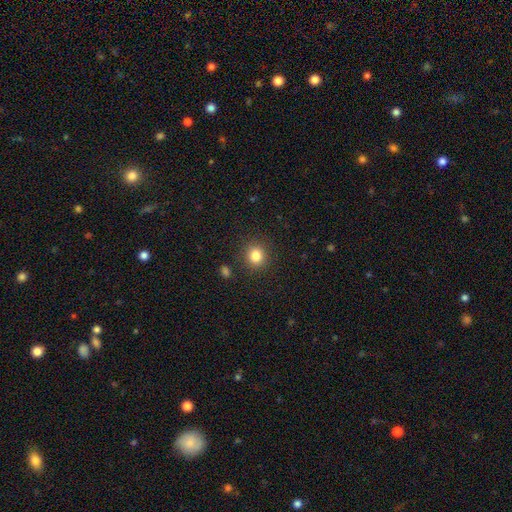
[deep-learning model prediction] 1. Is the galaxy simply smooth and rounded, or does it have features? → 83% smooth, 11% star or artifact, 6% featured or disk.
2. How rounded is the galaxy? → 88% round, 12% in between, 1% cigar-shaped.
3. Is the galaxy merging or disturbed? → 89% none, 7% minor disturbance, 3% major disturbance, 2% merger.